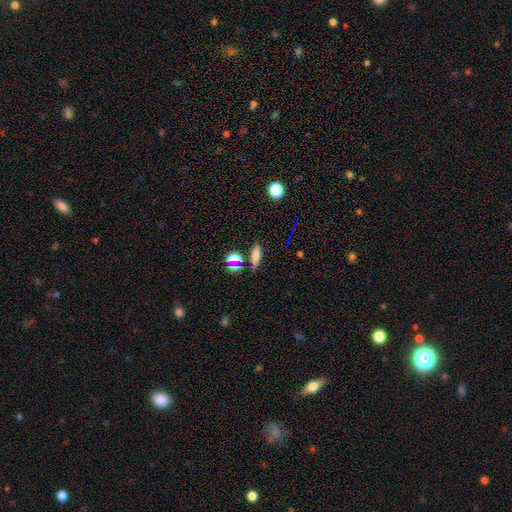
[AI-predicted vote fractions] Q: Smooth or featured?
A: smooth (69%); runner-up: star or artifact (16%)
Q: How rounded?
A: cigar-shaped (49%); runner-up: in between (42%)
Q: Merging?
A: none (73%); runner-up: minor disturbance (12%)